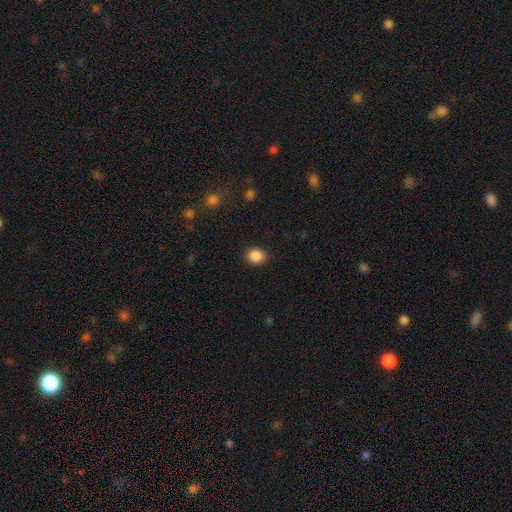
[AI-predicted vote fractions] smooth-or-featured: smooth: 88% | star or artifact: 9% | featured or disk: 3%
  how-rounded: round: 68% | in between: 31% | cigar-shaped: 1%
  merging: none: 90% | minor disturbance: 6% | major disturbance: 2% | merger: 1%